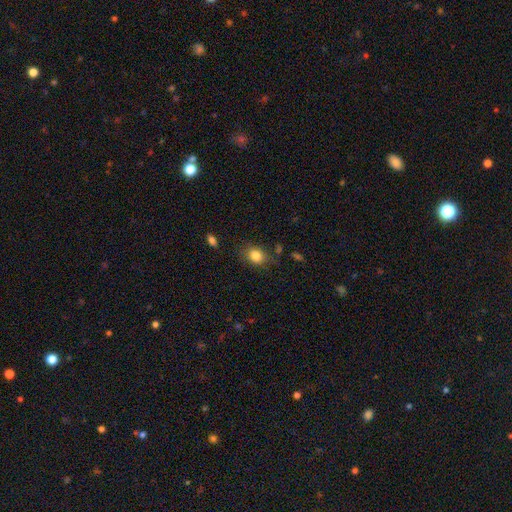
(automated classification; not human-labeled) This appears to be a smooth galaxy with no disk features (83%) that is in between round and cigar-shaped (51%). Merging: none (77%).